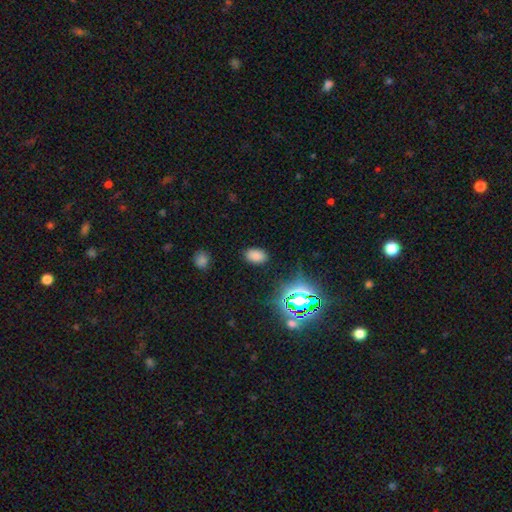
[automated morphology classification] Smooth or featured? smooth (75%)
How rounded? in between (88%)
Merging? none (86%)